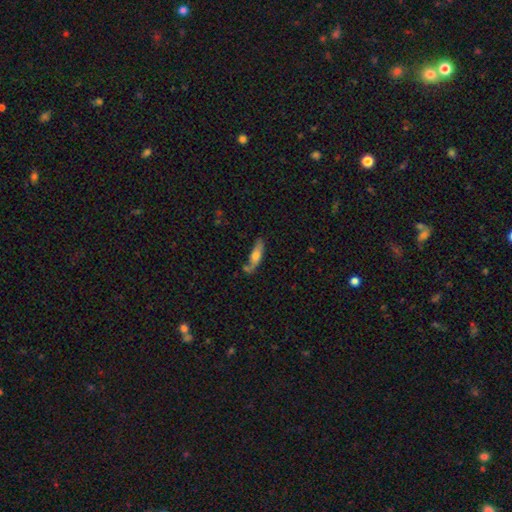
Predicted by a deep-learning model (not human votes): This is possibly a smooth galaxy (57%). How rounded: possibly cigar-shaped (57%). Merging: possibly none (57%).